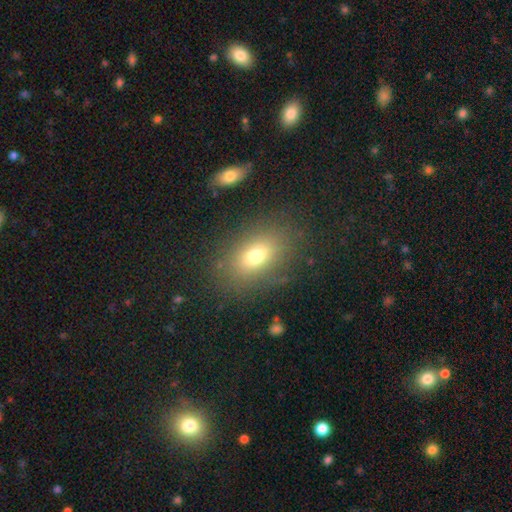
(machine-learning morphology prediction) Smooth or featured?
  - smooth: 72% *
  - featured or disk: 14%
  - star or artifact: 14%
How rounded?
  - in between: 80% *
  - round: 17%
  - cigar-shaped: 3%
Merging?
  - none: 82% *
  - minor disturbance: 11%
  - major disturbance: 6%
  - merger: 2%